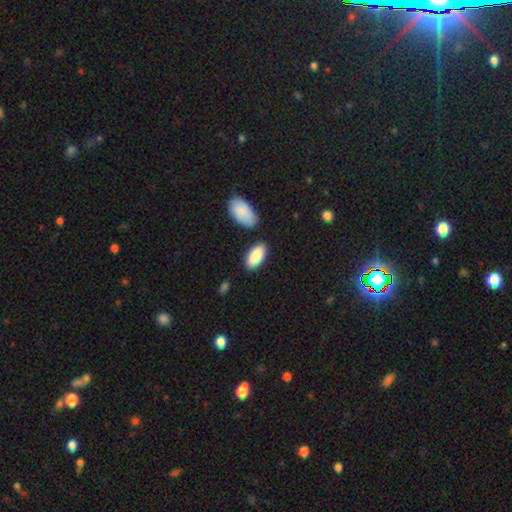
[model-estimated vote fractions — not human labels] smooth-or-featured: smooth: 86% | featured or disk: 8% | star or artifact: 6%
  how-rounded: in between: 91% | cigar-shaped: 7% | round: 2%
  merging: none: 82% | minor disturbance: 11% | merger: 5% | major disturbance: 3%